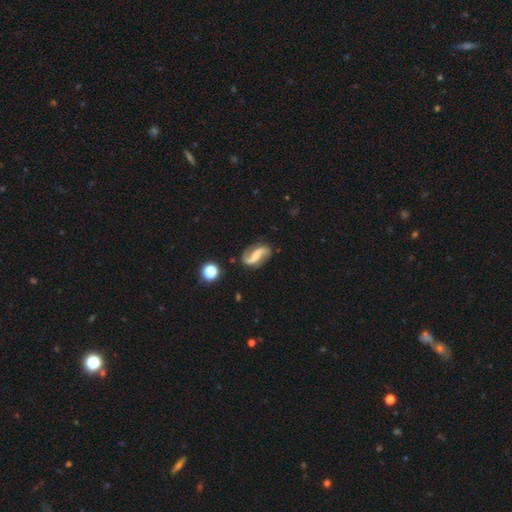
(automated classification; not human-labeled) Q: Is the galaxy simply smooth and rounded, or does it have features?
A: featured or disk — 83%.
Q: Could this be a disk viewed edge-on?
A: no — 97%.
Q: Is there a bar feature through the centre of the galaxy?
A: strong — 41%.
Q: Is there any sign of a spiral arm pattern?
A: yes — 96%.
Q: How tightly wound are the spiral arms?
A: loose — 59%.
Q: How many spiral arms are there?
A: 2 — 92%.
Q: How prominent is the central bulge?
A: none — 44%.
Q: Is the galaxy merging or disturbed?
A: none — 77%.